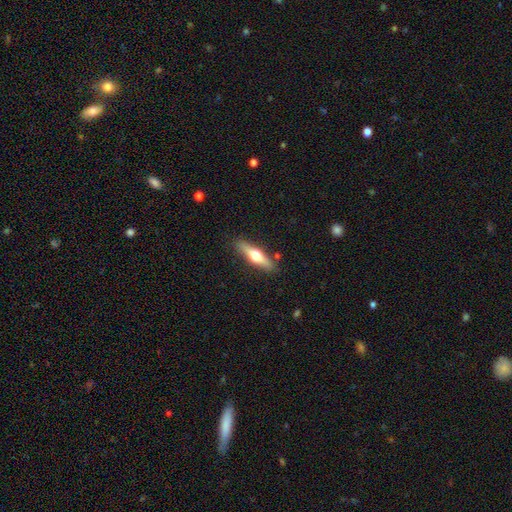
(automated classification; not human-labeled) Smooth or featured? featured or disk (50%)
Edge-on disk? yes (92%)
Merging? none (87%)